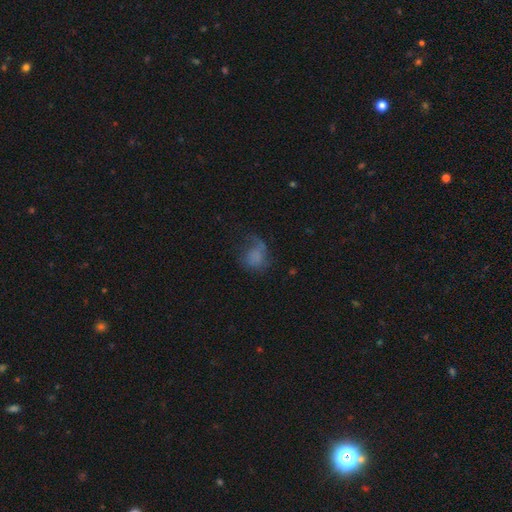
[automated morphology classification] Q: Smooth or featured?
A: smooth (56%); runner-up: featured or disk (30%)
Q: How rounded?
A: round (51%); runner-up: in between (48%)
Q: Merging?
A: major disturbance (43%); runner-up: none (32%)